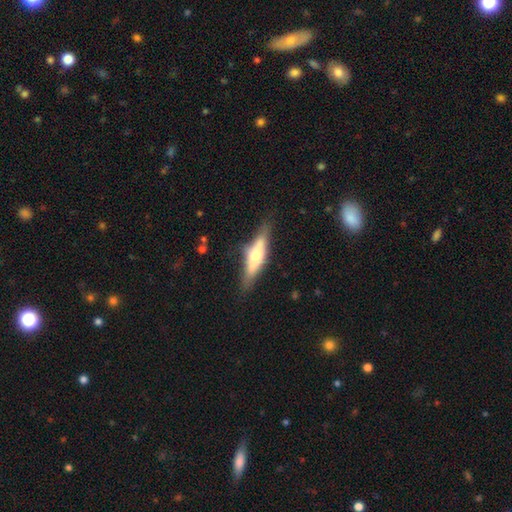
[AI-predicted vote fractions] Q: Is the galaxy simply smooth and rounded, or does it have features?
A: featured or disk — 54%.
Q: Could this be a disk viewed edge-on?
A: yes — 85%.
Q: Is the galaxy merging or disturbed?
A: none — 70%.